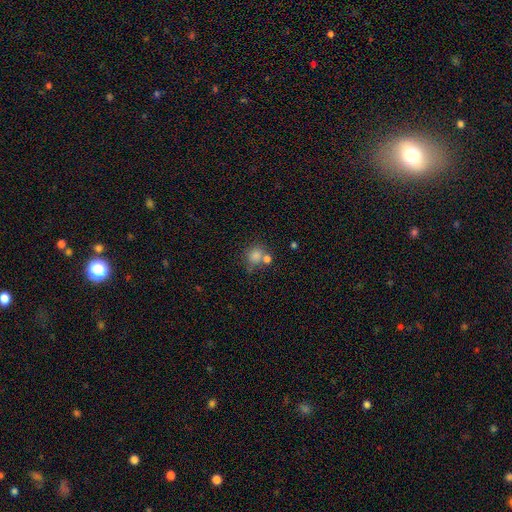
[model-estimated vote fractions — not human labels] This appears to be a smooth galaxy with no disk features (77%) that is round (78%). Merging: none (53%).